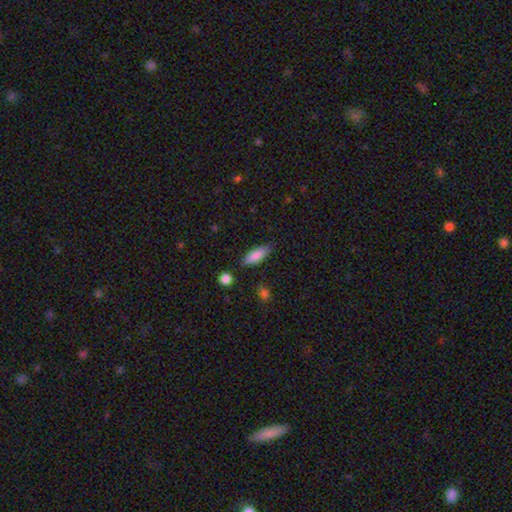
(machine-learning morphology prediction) Smooth or featured? smooth (82%)
How rounded? in between (60%)
Merging? none (82%)